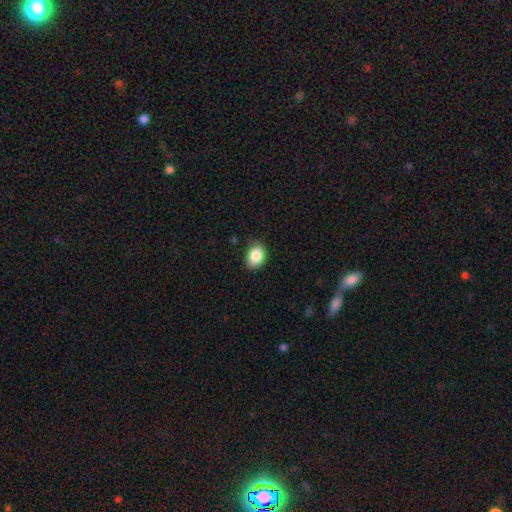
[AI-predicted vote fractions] Morphology: type=smooth (87%); roundness=in between (71%); merging=none (83%).